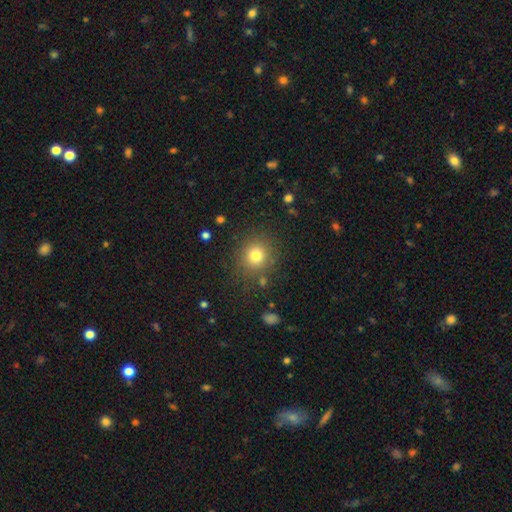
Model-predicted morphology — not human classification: Smooth or featured? Predicted: smooth (p=0.77). How rounded? Predicted: round (p=0.88). Merging? Predicted: none (p=0.83).